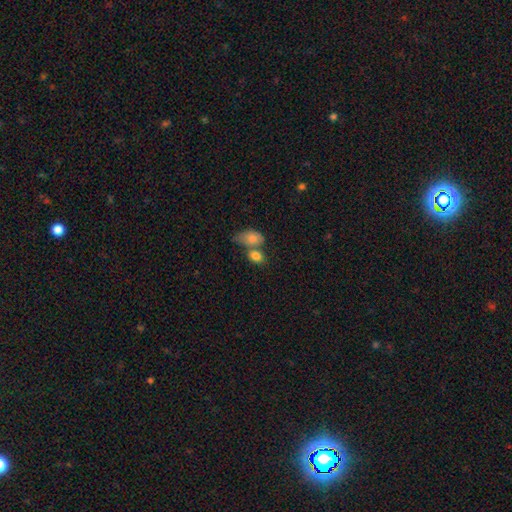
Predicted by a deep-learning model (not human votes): The model was most divided on "merging": merger: 48%, none: 35%, minor disturbance: 12%, major disturbance: 5%. More confident: smooth or featured — smooth (82%); how rounded — in between (78%).